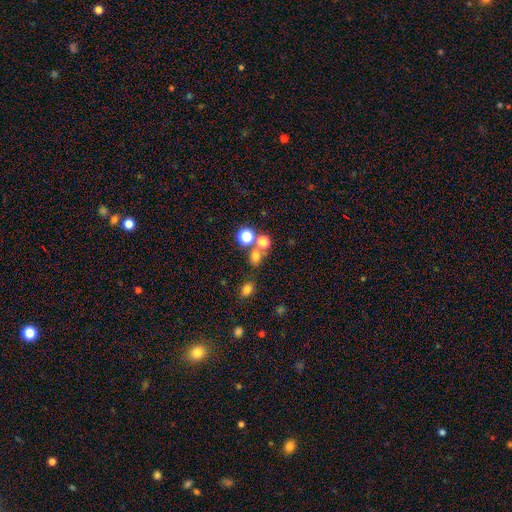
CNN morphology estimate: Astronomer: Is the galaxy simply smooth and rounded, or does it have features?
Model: smooth — 68%.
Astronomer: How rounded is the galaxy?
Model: round — 73%.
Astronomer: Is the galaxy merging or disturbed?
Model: none — 60%.